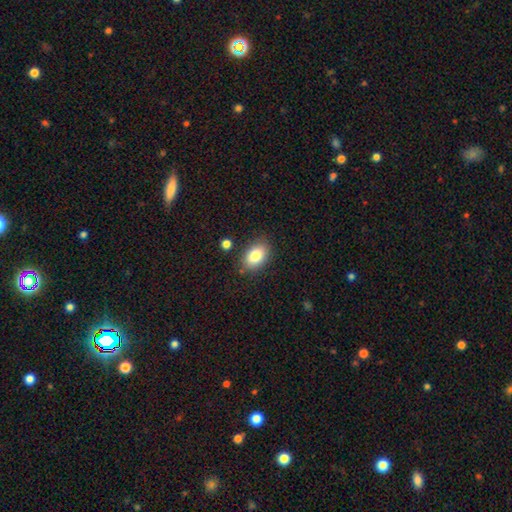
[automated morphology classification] This is clearly a smooth galaxy (83%). How rounded: clearly in between (86%). Merging: clearly none (82%).